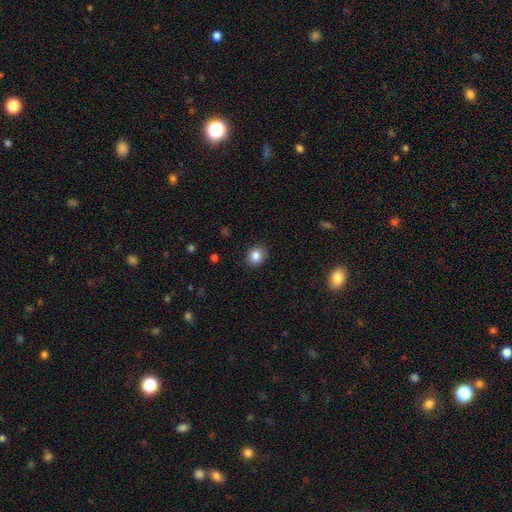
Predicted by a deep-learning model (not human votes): Overall: smooth (85%). How rounded: round (69%; in between 30%). Merging: none (89%).